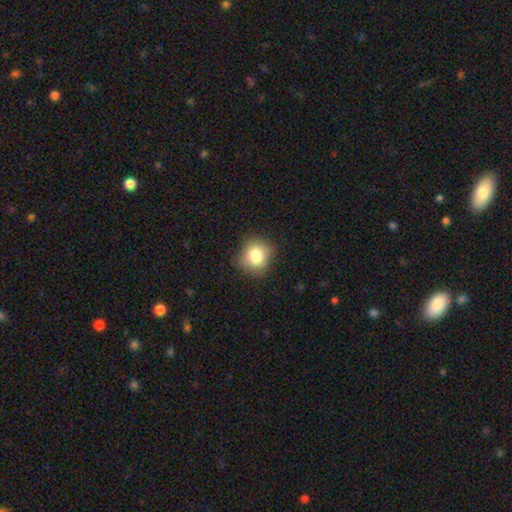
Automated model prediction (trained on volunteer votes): A smooth galaxy with no disk features (82%) that is round (84%). Merging: none (82%).